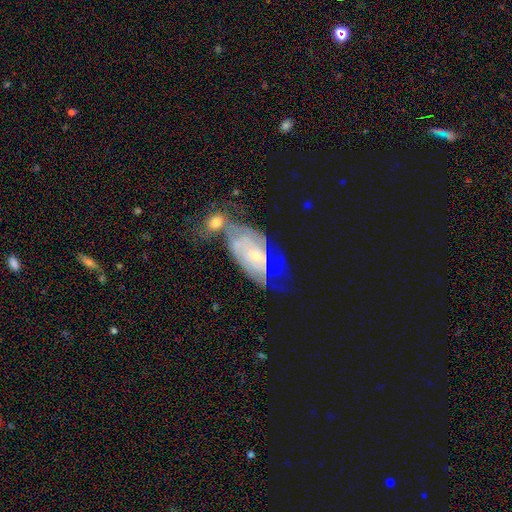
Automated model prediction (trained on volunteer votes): Morphology: type=featured or disk (70%); edge-on=no (93%); bar=no (61%); spiral arms=yes (84%); winding=tight (60%); arm count=can't tell (51%); bulge=small (67%); merging=merger (40%).